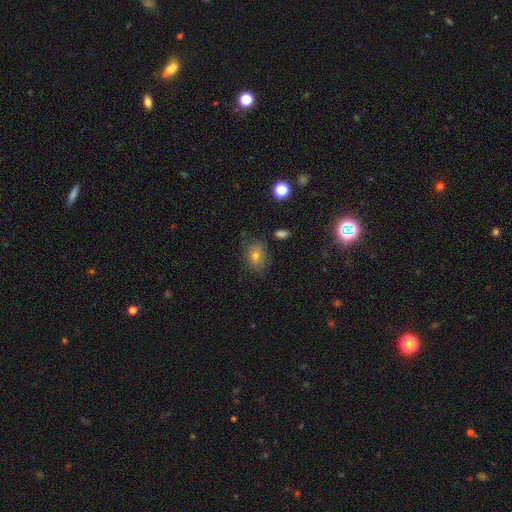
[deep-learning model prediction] This appears to be a smooth galaxy with no disk features (64%) that is in between round and cigar-shaped (51%). Merging: none (79%).